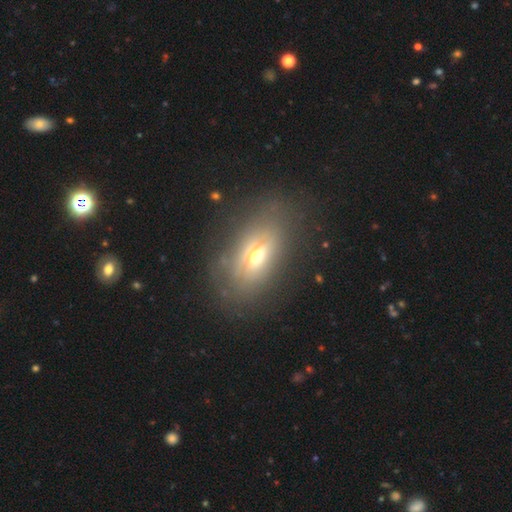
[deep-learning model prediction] A featured or disk galaxy (54%). Merging: none (64%).